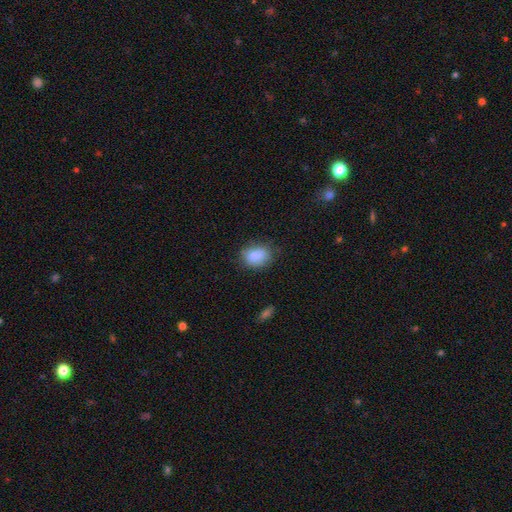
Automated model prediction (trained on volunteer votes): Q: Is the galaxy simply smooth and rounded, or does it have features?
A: smooth — 87%.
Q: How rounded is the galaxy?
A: in between — 72%.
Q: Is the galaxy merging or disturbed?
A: none — 71%.